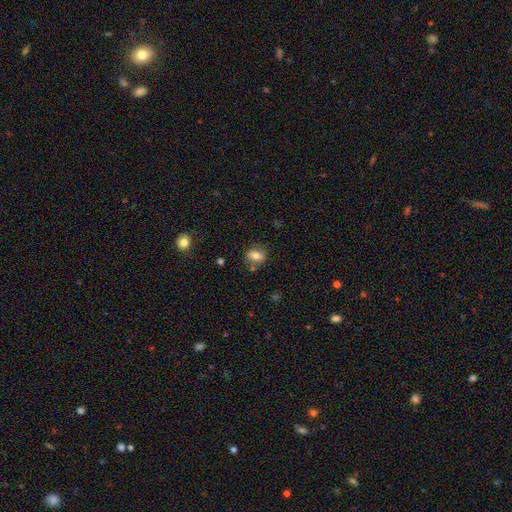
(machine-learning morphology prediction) A smooth galaxy with no disk features (73%) that is in between round and cigar-shaped (52%).

Vote fractions:
- Smooth or featured? smooth: 73% / featured or disk: 17% / star or artifact: 10%
- How rounded? in between: 52% / round: 46% / cigar-shaped: 2%
- Merging? none: 76% / minor disturbance: 14% / merger: 7% / major disturbance: 4%